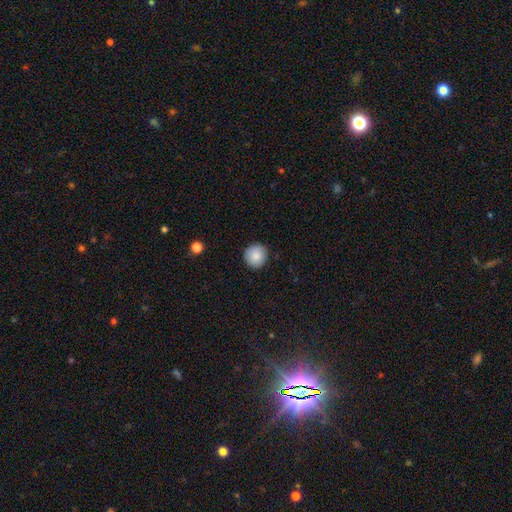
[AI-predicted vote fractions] smooth_or_featured: smooth (p=0.86) [alt: star or artifact p=0.08]
how_rounded: round (p=0.94) [alt: in between p=0.05]
merging: none (p=0.90) [alt: minor disturbance p=0.07]